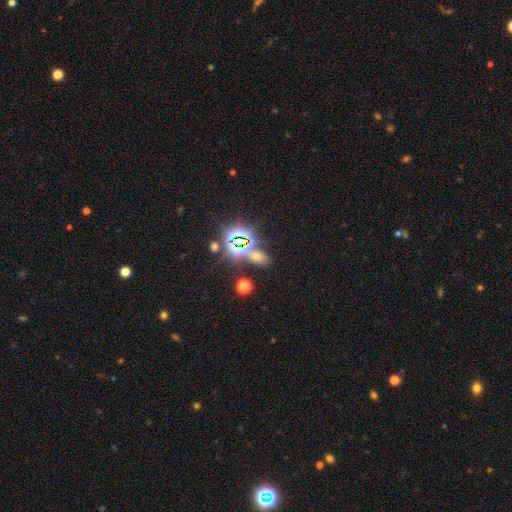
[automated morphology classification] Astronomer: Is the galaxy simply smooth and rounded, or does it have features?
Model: star or artifact — 59%.